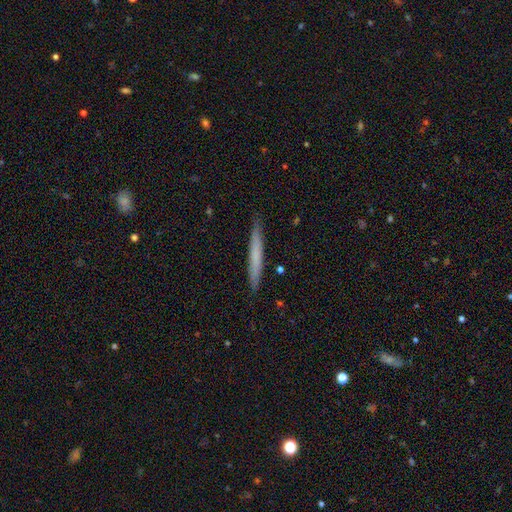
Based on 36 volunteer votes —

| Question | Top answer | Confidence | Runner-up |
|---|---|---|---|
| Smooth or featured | smooth | 64% | featured or disk (33%) |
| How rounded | cigar-shaped | 100% | — |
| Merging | none | 89% | minor disturbance (6%) |